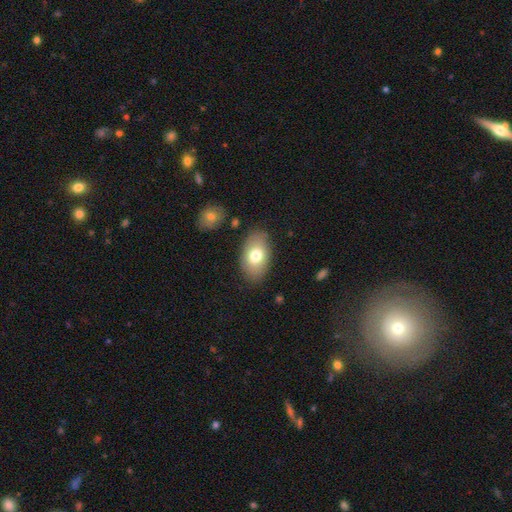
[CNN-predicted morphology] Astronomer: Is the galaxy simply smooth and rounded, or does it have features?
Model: smooth — 75%.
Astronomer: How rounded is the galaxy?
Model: in between — 92%.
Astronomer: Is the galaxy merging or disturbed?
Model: none — 84%.